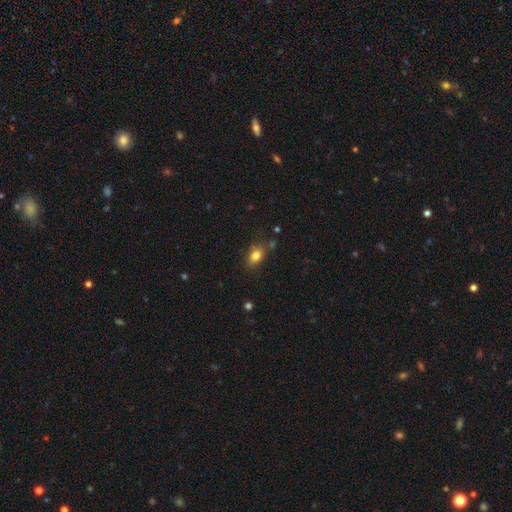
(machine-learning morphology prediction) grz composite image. It shows a smooth galaxy with no disk features (82%) that is in between round and cigar-shaped (80%). Merging: none (77%).